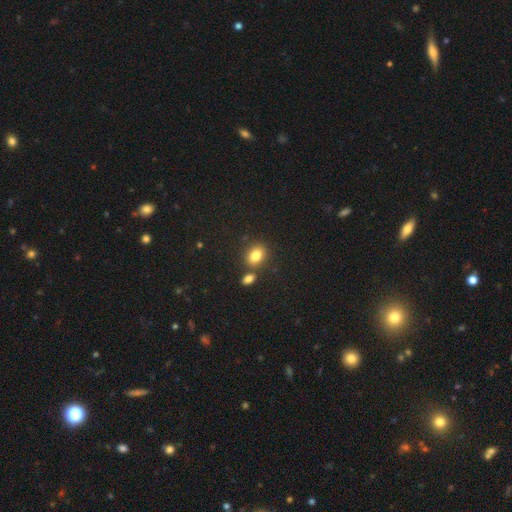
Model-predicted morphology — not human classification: Smooth or featured? smooth (82%)
How rounded? in between (68%)
Merging? none (67%)